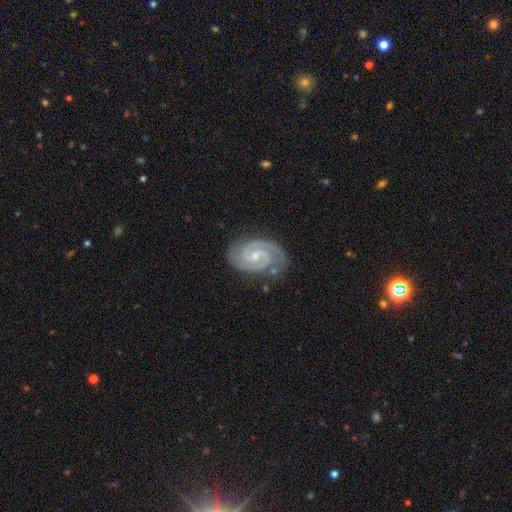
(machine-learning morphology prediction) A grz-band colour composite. It shows a featured or disk galaxy (92%) with a weak bar (46%), 2 (91%) tight (63%) spiral arms (99%) and a small central bulge (63%). Merging: none (81%).